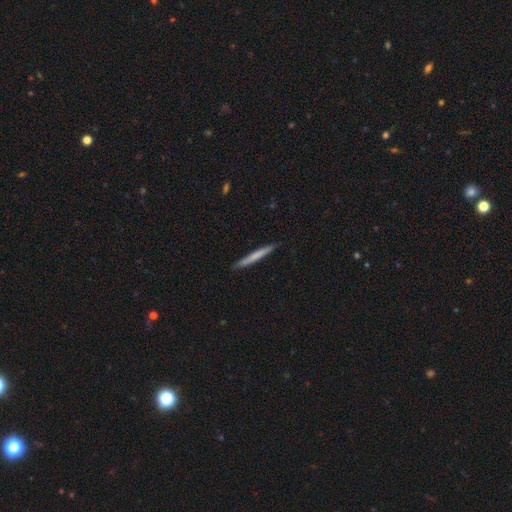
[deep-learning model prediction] Smooth or featured: smooth — 64% (featured or disk — 31%)
How rounded: cigar-shaped — 97% (in between — 2%)
Merging: none — 90% (minor disturbance — 8%)